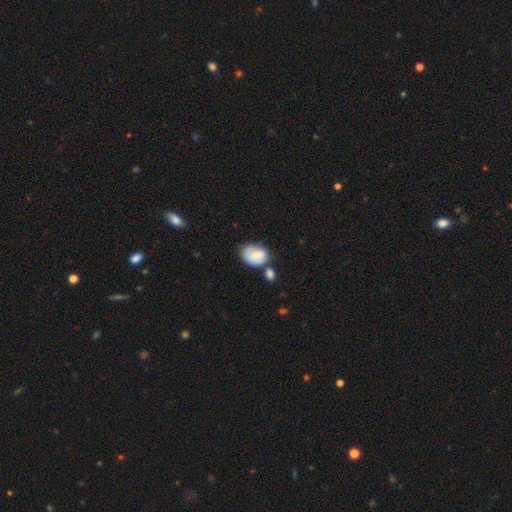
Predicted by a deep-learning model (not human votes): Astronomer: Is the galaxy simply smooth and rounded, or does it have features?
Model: smooth — 72%.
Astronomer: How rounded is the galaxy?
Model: in between — 79%.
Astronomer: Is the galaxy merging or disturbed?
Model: none — 45% (runner-up: minor disturbance, 24%).